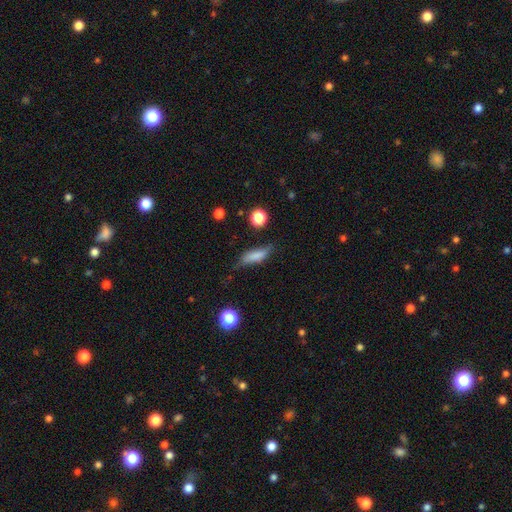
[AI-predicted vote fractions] smooth 70%, featured or disk 20%, star or artifact 9%. Down the decision tree: how rounded — cigar-shaped (50%); merging — none (59%).